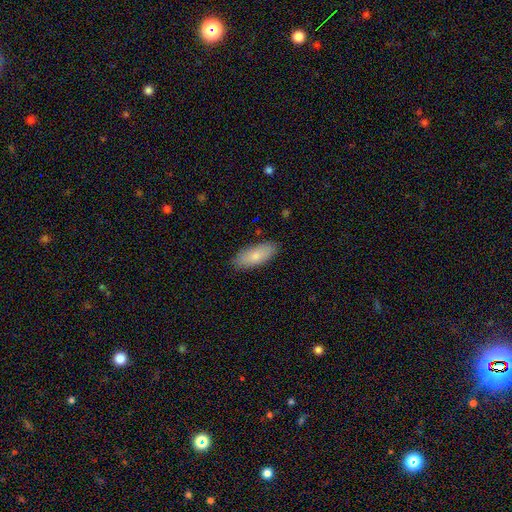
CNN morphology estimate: A smooth galaxy with no disk features (80%) that is in between round and cigar-shaped (81%).

Vote fractions:
- Smooth or featured? smooth: 80% / featured or disk: 14% / star or artifact: 6%
- How rounded? in between: 81% / cigar-shaped: 17% / round: 2%
- Merging? none: 86% / minor disturbance: 11% / major disturbance: 2% / merger: 1%